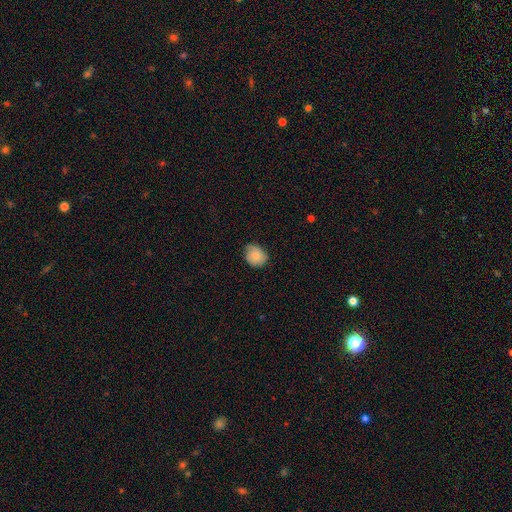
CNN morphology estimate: Smooth or featured?
  - smooth: 78% *
  - featured or disk: 14%
  - star or artifact: 8%
How rounded?
  - round: 61% *
  - in between: 38%
  - cigar-shaped: 1%
Merging?
  - none: 67% *
  - minor disturbance: 27%
  - major disturbance: 4%
  - merger: 1%